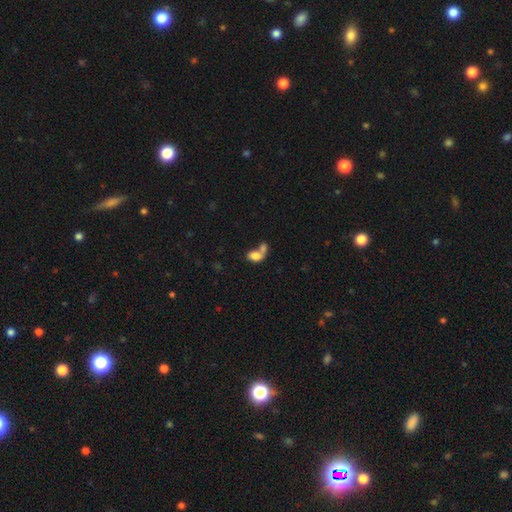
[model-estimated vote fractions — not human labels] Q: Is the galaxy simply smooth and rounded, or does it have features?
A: smooth — 76%.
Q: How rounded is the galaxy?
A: in between — 81%.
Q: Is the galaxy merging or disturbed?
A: merger — 65%.